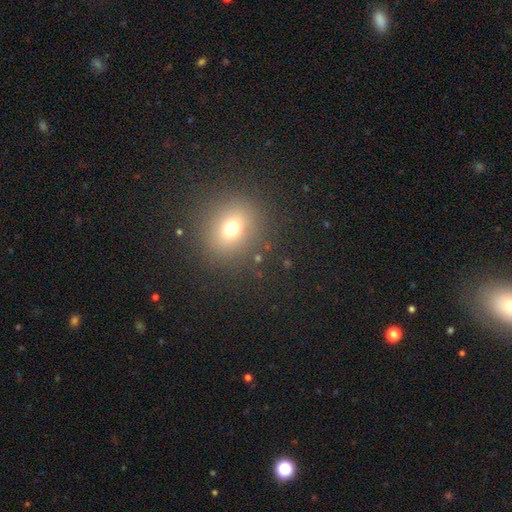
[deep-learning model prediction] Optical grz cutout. It shows a smooth galaxy with no disk features (64%) that is round (76%). Merging: none (90%).